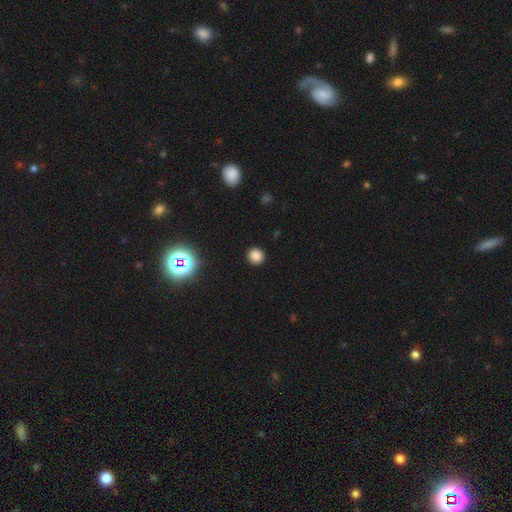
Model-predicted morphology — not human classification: Smooth or featured? smooth (82%)
How rounded? round (90%)
Merging? none (92%)